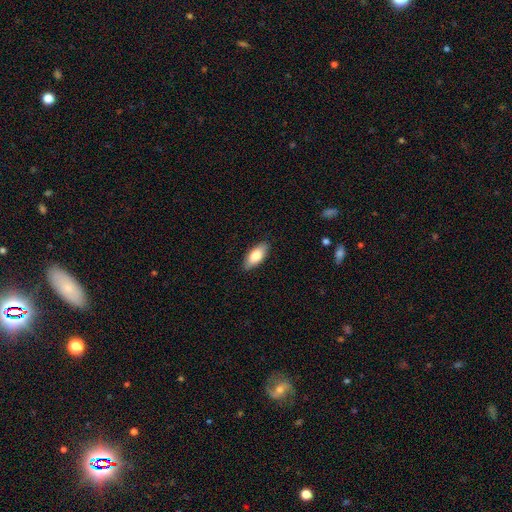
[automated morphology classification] Smooth or featured: smooth — 80% (featured or disk — 14%)
How rounded: in between — 87% (cigar-shaped — 11%)
Merging: none — 87% (minor disturbance — 10%)